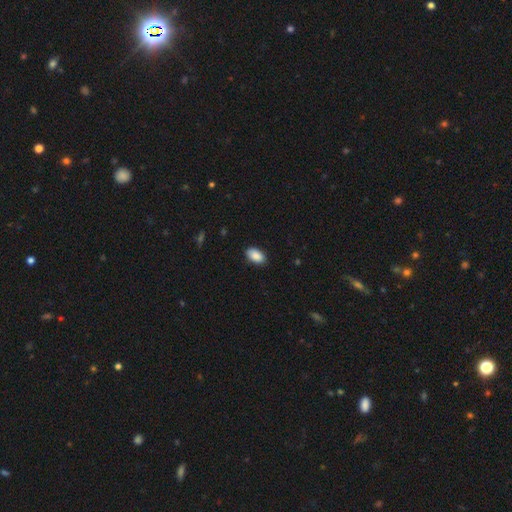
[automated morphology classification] Smooth or featured: smooth — 89% (star or artifact — 7%)
How rounded: in between — 94% (round — 4%)
Merging: none — 87% (minor disturbance — 10%)